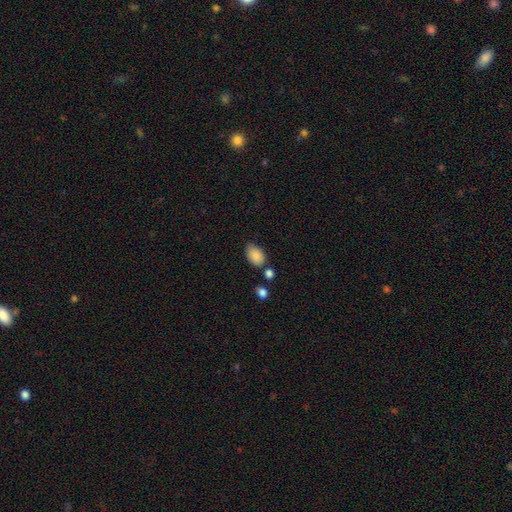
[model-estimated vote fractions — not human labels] The model was most divided on "merging": none: 64%, minor disturbance: 23%, merger: 8%, major disturbance: 5%. More confident: how rounded — in between (88%); smooth or featured — smooth (87%).